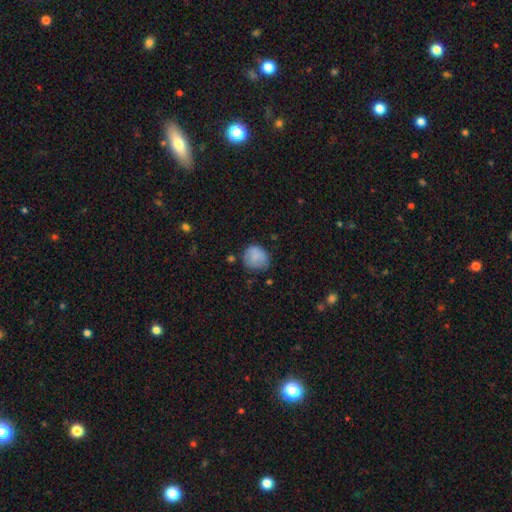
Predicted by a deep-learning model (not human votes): Smooth or featured: smooth — 81% (featured or disk — 10%)
How rounded: round — 76% (in between — 23%)
Merging: none — 65% (minor disturbance — 25%)